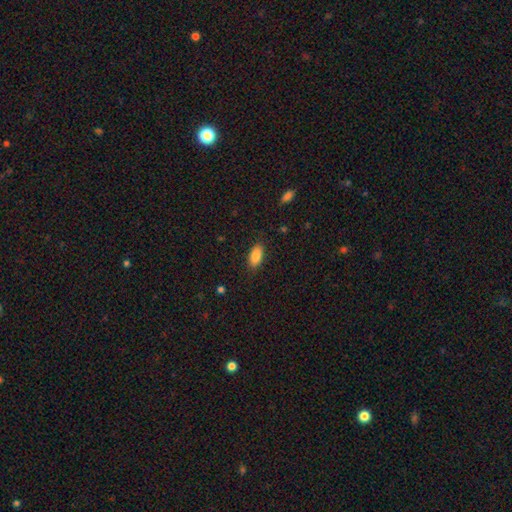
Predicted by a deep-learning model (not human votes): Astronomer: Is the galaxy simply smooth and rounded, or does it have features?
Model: smooth — 87%.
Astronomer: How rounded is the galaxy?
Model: in between — 90%.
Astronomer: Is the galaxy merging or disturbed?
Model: none — 86%.